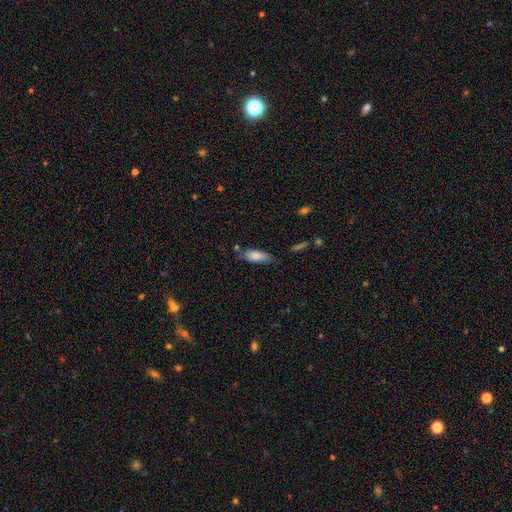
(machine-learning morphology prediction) Smooth or featured? Predicted: smooth (p=0.78). How rounded? Predicted: in between (p=0.69). Merging? Predicted: none (p=0.62).